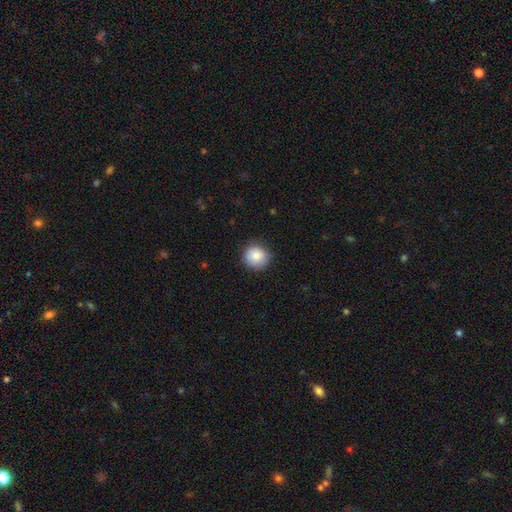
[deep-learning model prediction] Smooth or featured?
  - smooth: 85% *
  - star or artifact: 8%
  - featured or disk: 7%
How rounded?
  - round: 91% *
  - in between: 8%
  - cigar-shaped: 1%
Merging?
  - none: 85% *
  - minor disturbance: 12%
  - major disturbance: 2%
  - merger: 1%